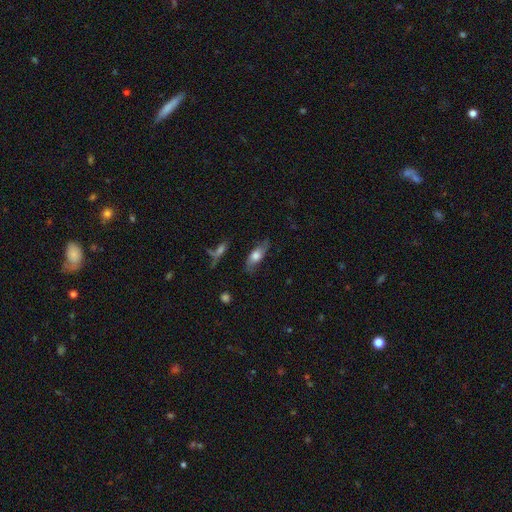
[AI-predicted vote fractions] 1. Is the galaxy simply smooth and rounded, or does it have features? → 51% smooth, 40% featured or disk, 8% star or artifact.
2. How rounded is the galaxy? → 66% in between, 30% cigar-shaped, 5% round.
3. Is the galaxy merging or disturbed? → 69% none, 21% minor disturbance, 8% major disturbance, 3% merger.